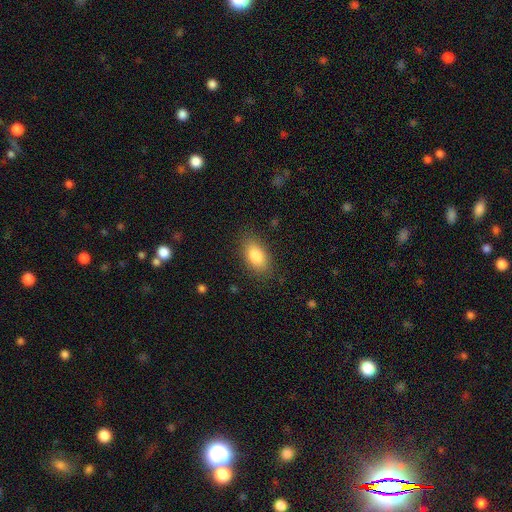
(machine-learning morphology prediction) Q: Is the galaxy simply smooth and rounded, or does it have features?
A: smooth — 83%.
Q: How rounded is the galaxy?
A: in between — 90%.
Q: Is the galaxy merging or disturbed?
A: none — 84%.